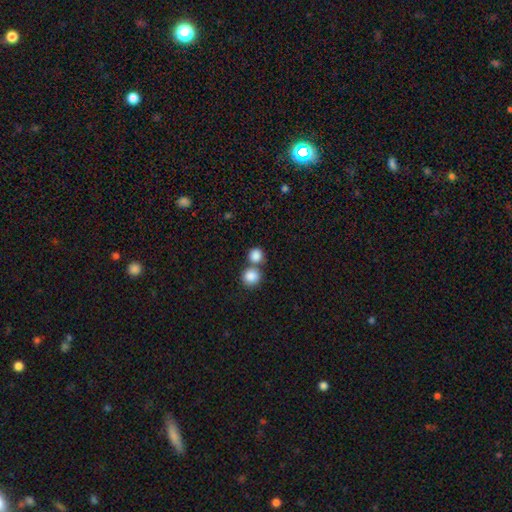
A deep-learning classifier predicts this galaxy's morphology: Smooth or featured? smooth (86%)
How rounded? round (87%)
Merging? none (50%)